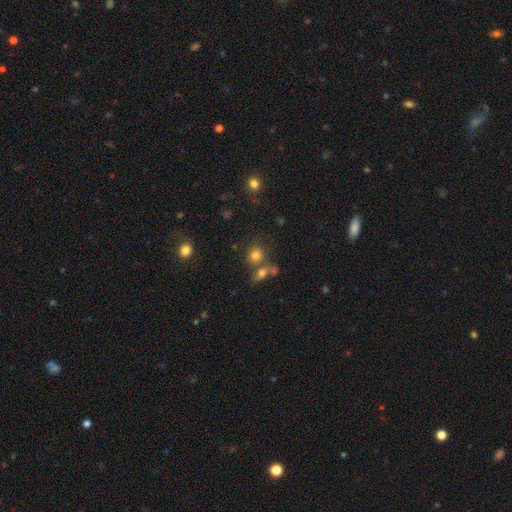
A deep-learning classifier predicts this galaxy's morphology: Overall: smooth (77%). How rounded: round (76%). Merging: none (57%; merger 28%).